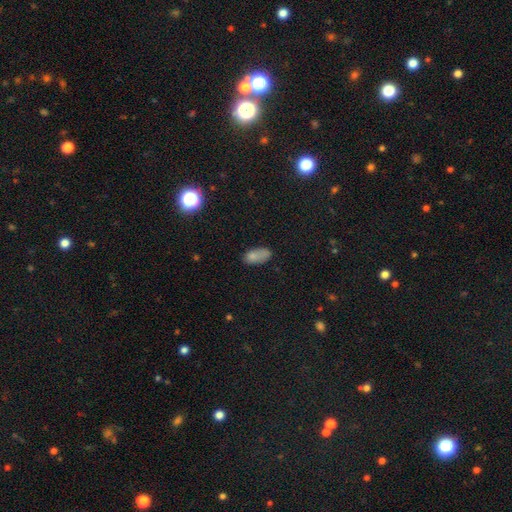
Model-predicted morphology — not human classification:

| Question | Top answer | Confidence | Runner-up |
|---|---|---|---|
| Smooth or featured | smooth | 79% | star or artifact (11%) |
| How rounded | in between | 91% | cigar-shaped (4%) |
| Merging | none | 61% | minor disturbance (26%) |